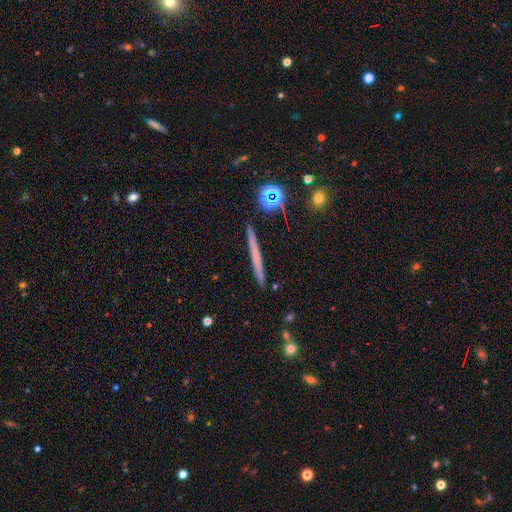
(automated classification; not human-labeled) A smooth galaxy with no disk features (46%). Merging: none (91%).